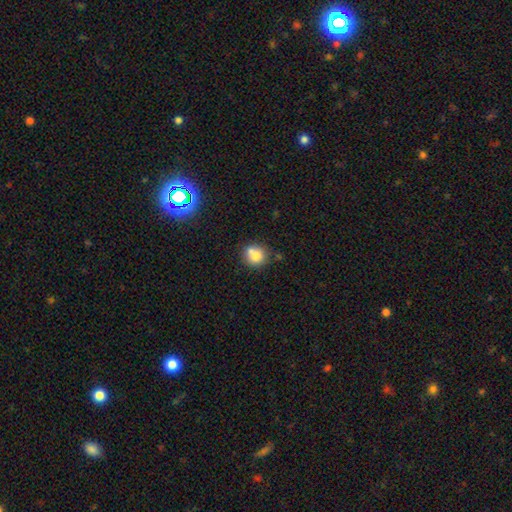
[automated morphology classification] Overall: smooth (76%). How rounded: round (82%). Merging: none (53%; merger 29%).